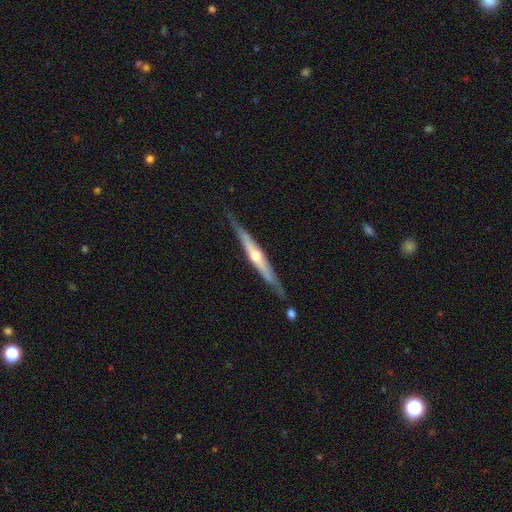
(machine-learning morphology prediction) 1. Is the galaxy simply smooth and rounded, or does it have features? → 73% featured or disk, 22% smooth, 5% star or artifact.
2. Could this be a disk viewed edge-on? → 95% yes, 5% no.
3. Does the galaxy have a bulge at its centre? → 85% rounded, 12% none, 4% boxy.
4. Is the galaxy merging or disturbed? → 80% none, 15% minor disturbance, 3% major disturbance, 2% merger.